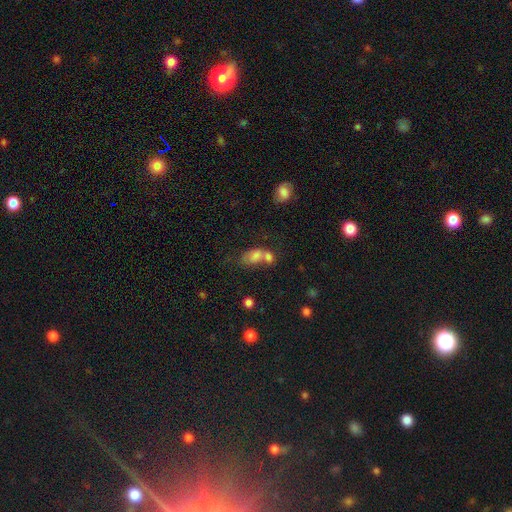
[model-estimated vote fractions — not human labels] Smooth or featured? smooth (72%)
How rounded? in between (80%)
Merging? merger (58%)